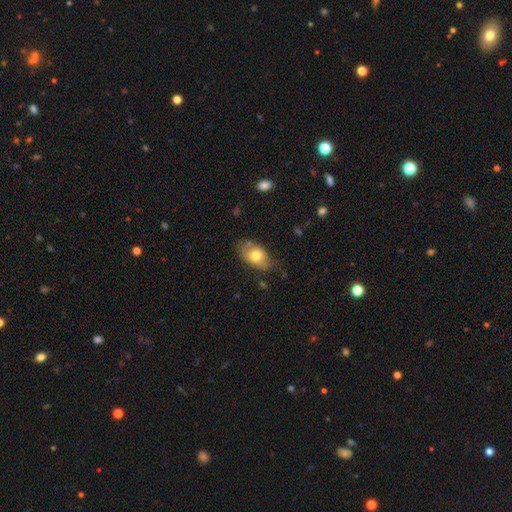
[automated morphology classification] smooth 72%, featured or disk 20%, star or artifact 8%. Down the decision tree: how rounded — in between (88%); merging — none (66%).